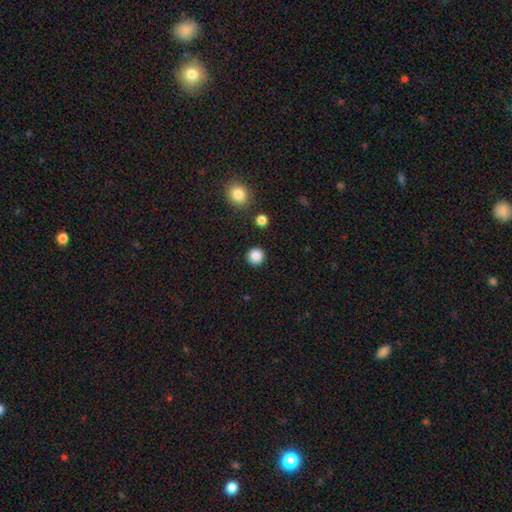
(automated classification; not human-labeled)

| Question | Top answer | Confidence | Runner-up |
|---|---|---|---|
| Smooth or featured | smooth | 87% | star or artifact (10%) |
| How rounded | round | 95% | in between (4%) |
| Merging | none | 91% | minor disturbance (5%) |